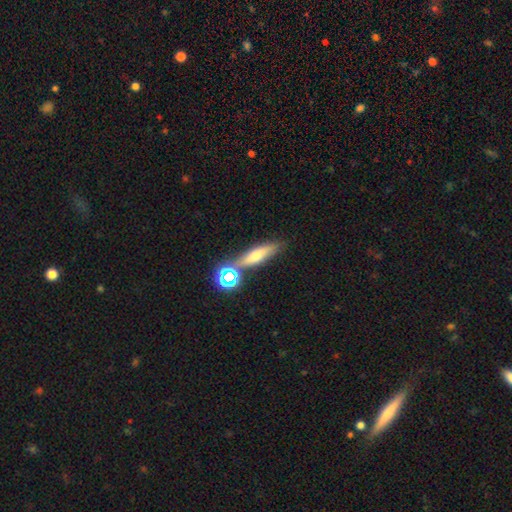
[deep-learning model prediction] Q: Smooth or featured?
A: smooth (50%); runner-up: featured or disk (32%)
Q: How rounded?
A: cigar-shaped (63%); runner-up: in between (27%)
Q: Merging?
A: none (71%); runner-up: merger (13%)